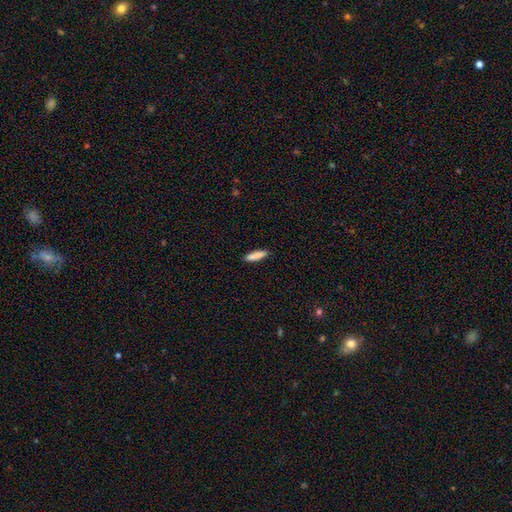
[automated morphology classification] Smooth or featured? smooth (87%)
How rounded? cigar-shaped (73%)
Merging? none (88%)